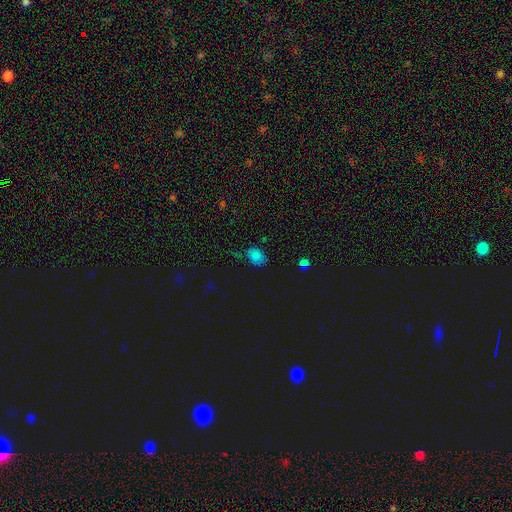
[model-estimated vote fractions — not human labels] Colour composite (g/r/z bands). It shows a smooth galaxy with no disk features (73%) that is in between round and cigar-shaped (74%). Merging: none (63%).